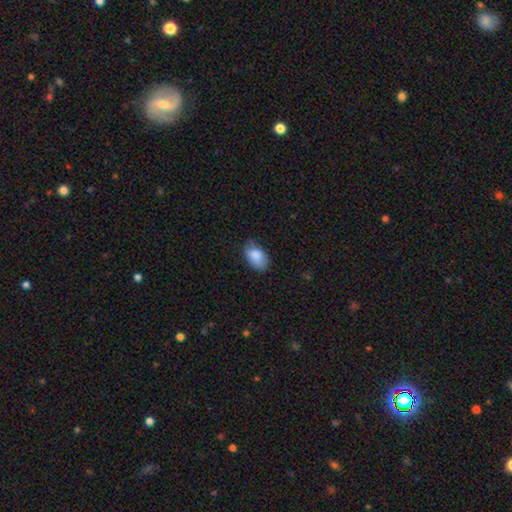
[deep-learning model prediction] The model was most divided on "merging": none: 68%, minor disturbance: 25%, major disturbance: 5%, merger: 1%. More confident: how rounded — in between (91%); smooth or featured — smooth (86%).